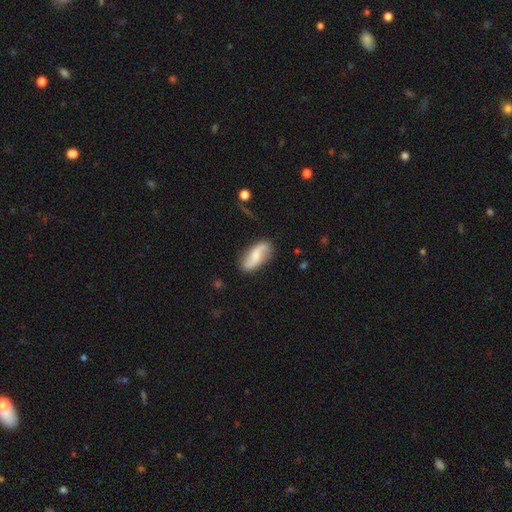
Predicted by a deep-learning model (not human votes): The model was most divided on "smooth or featured": featured or disk: 54%, smooth: 40%, star or artifact: 7%. More confident: edge-on disk — no (93%); merging — none (78%).